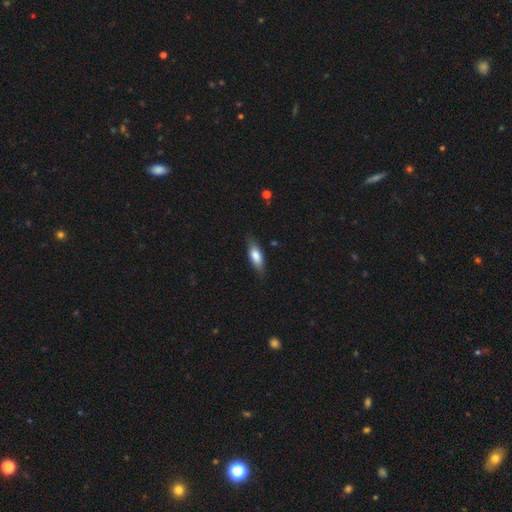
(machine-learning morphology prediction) Q: Smooth or featured?
A: smooth (78%); runner-up: featured or disk (16%)
Q: How rounded?
A: in between (69%); runner-up: cigar-shaped (29%)
Q: Merging?
A: none (79%); runner-up: minor disturbance (17%)